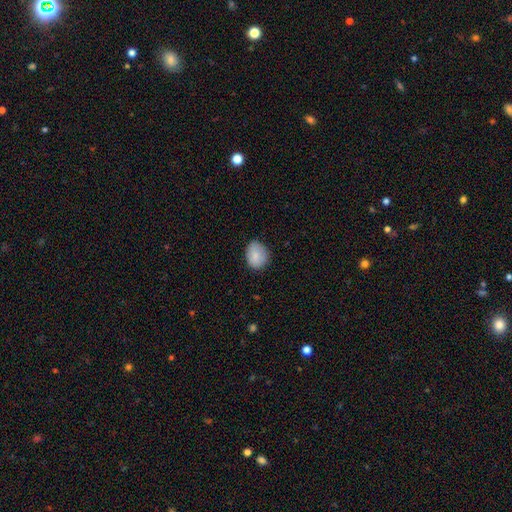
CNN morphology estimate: Q: Smooth or featured?
A: smooth (86%); runner-up: star or artifact (7%)
Q: How rounded?
A: round (52%); runner-up: in between (47%)
Q: Merging?
A: none (79%); runner-up: minor disturbance (17%)